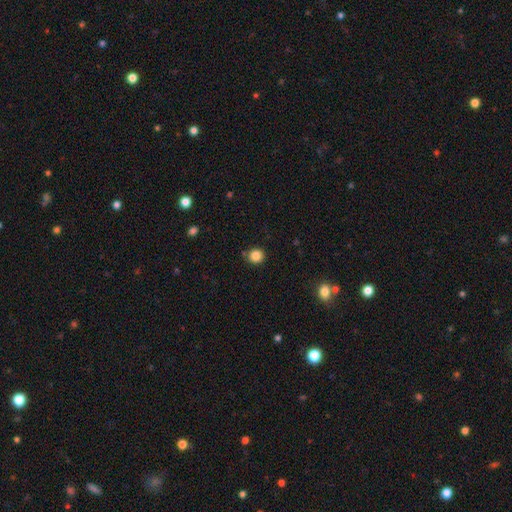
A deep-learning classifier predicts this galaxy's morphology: A smooth galaxy with no disk features (85%) that is round (89%).

Vote fractions:
- Smooth or featured? smooth: 85% / star or artifact: 11% / featured or disk: 4%
- How rounded? round: 89% / in between: 11% / cigar-shaped: 1%
- Merging? none: 83% / minor disturbance: 10% / merger: 4% / major disturbance: 2%